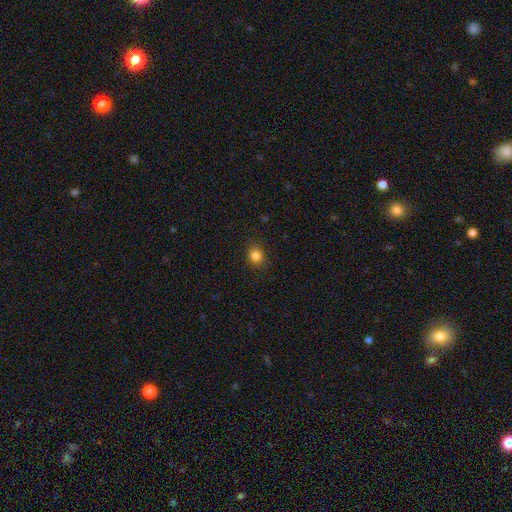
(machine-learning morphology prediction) Overall: smooth (83%). How rounded: round (74%). Merging: none (87%).